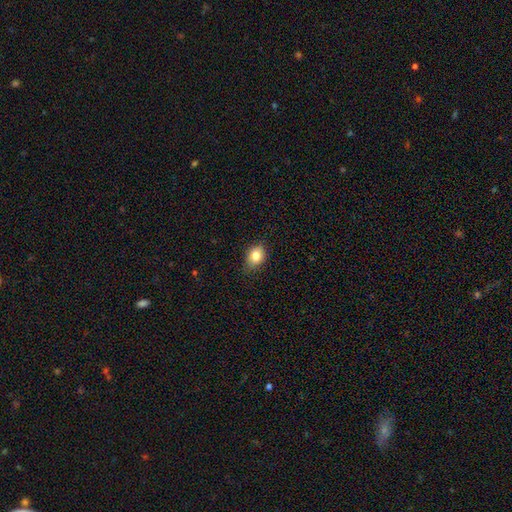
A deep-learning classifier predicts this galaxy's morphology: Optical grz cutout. It shows a smooth galaxy with no disk features (83%) that is in between round and cigar-shaped (67%). Merging: none (82%).